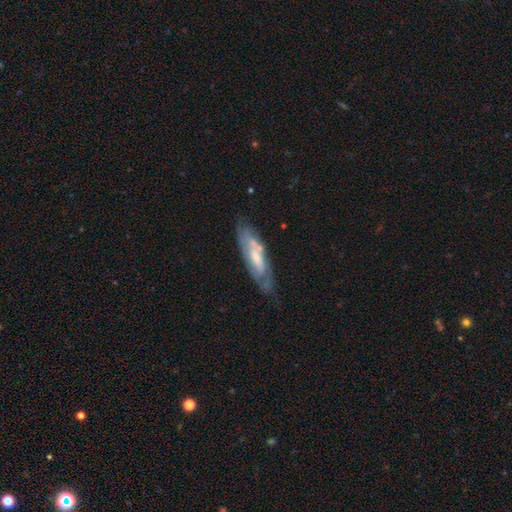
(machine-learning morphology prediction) Smooth or featured? Predicted: featured or disk (p=0.65). Edge-on disk? Predicted: no (p=0.68). Merging? Predicted: none (p=0.68).